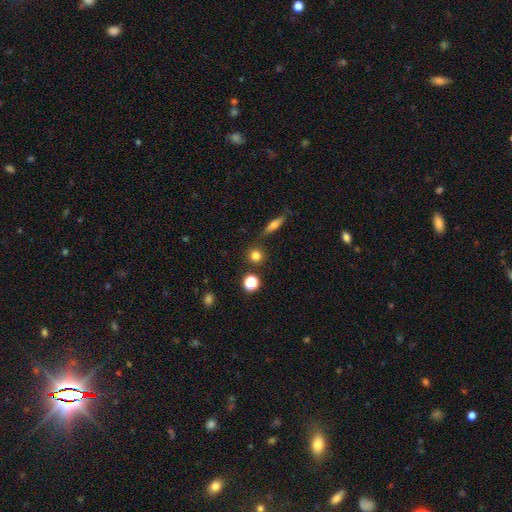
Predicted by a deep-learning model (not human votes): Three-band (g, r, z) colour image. It shows a smooth galaxy with no disk features (79%) that is round (91%). Merging: none (81%).